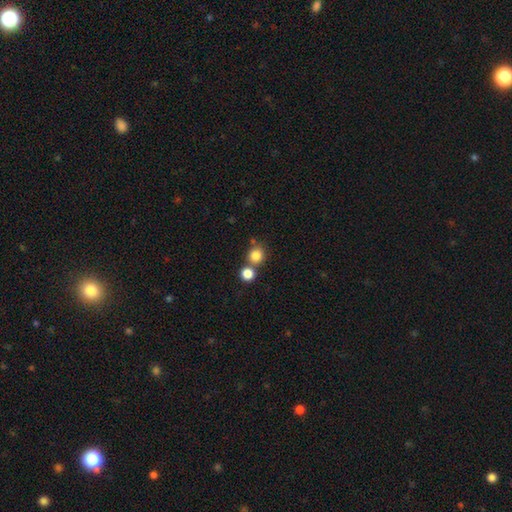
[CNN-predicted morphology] This appears to be a smooth galaxy with no disk features (83%) that is round (89%). Merging: none (62%).